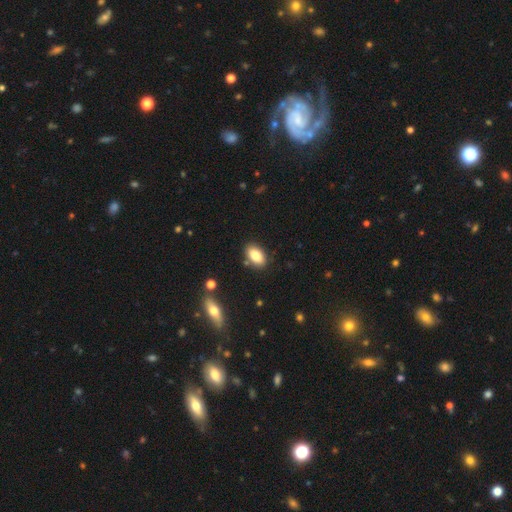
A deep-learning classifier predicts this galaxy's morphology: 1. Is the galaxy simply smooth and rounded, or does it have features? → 83% smooth, 10% featured or disk, 8% star or artifact.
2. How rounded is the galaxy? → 92% in between, 6% round, 2% cigar-shaped.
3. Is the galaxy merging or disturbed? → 84% none, 10% minor disturbance, 4% merger, 2% major disturbance.